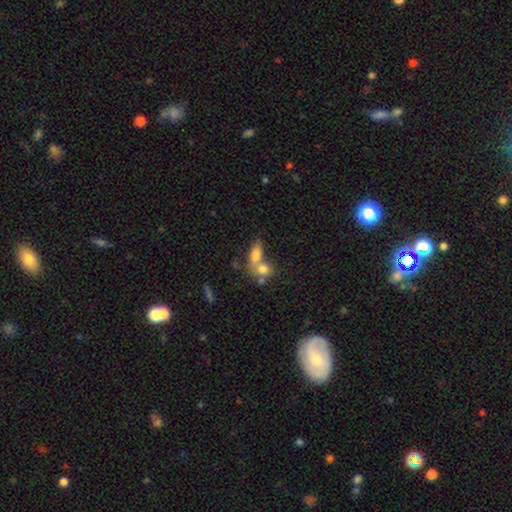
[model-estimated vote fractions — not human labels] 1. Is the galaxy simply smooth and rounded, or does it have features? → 75% smooth, 16% featured or disk, 10% star or artifact.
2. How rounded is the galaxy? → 74% in between, 15% round, 11% cigar-shaped.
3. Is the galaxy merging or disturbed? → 57% merger, 29% none, 9% minor disturbance, 6% major disturbance.